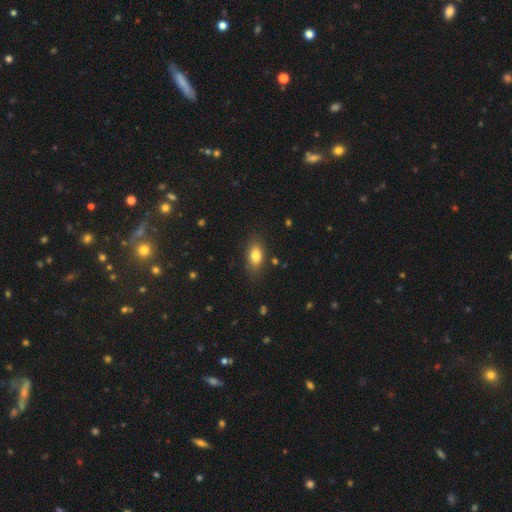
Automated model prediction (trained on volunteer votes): This appears to be a smooth galaxy with no disk features (81%) that is in between round and cigar-shaped (86%). Merging: none (83%).